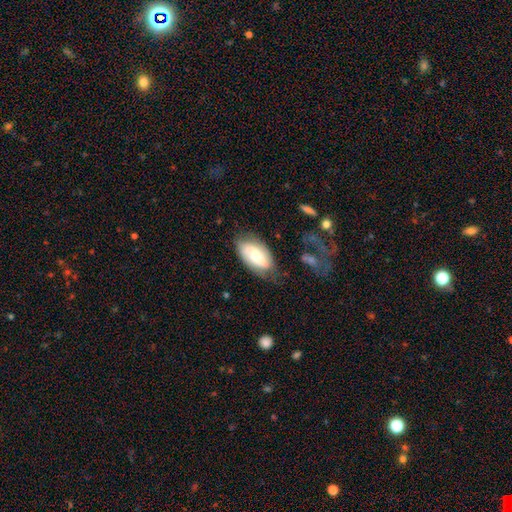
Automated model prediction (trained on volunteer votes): Q: Smooth or featured?
A: smooth (53%); runner-up: featured or disk (41%)
Q: How rounded?
A: in between (93%); runner-up: round (4%)
Q: Merging?
A: none (70%); runner-up: minor disturbance (21%)